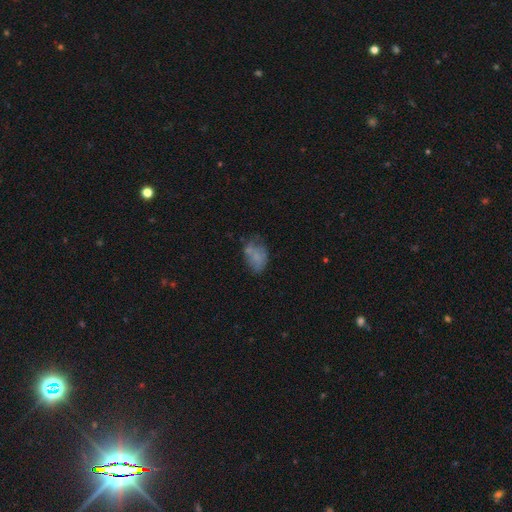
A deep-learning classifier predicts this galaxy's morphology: smooth 61%, featured or disk 27%, star or artifact 12%. Down the decision tree: how rounded — in between (79%); merging — none (44%).